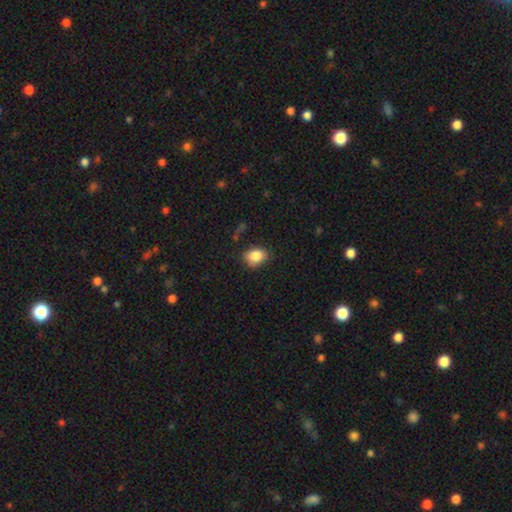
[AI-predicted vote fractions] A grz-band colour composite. It shows a smooth galaxy with no disk features (85%) that is in between round and cigar-shaped (64%). Merging: none (73%).